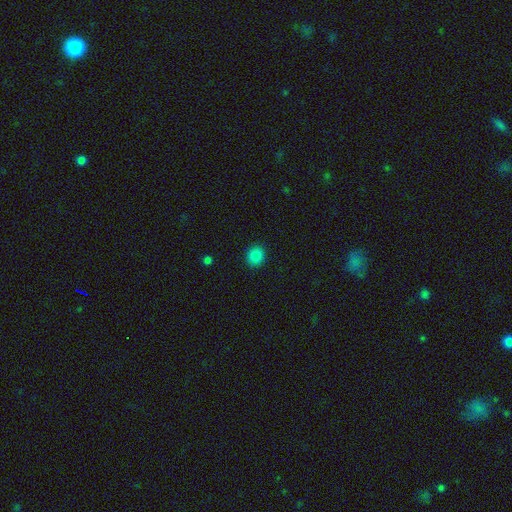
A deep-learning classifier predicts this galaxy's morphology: Smooth or featured? Predicted: smooth (p=0.84). How rounded? Predicted: round (p=0.84). Merging? Predicted: none (p=0.92).